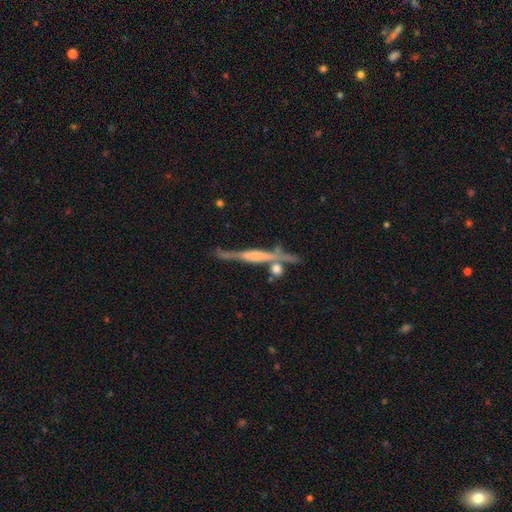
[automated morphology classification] Overall: featured or disk (68%). Edge-on disk: yes (94%). Edge-on bulge: rounded (38%; boxy 34%). Merging: none (66%).